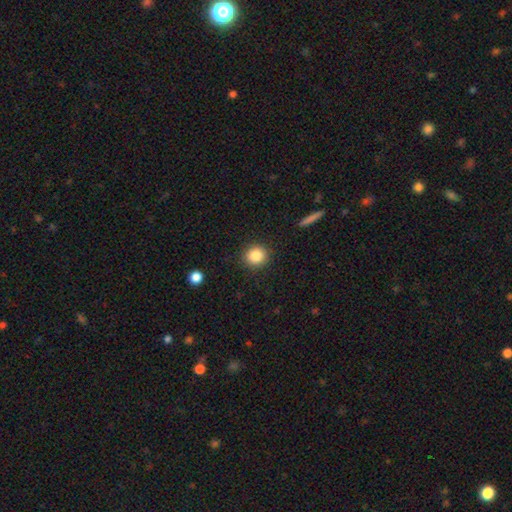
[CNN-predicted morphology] The model was most divided on "how rounded": round: 85%, in between: 14%, cigar-shaped: 1%. More confident: merging — none (90%); smooth or featured — smooth (85%).